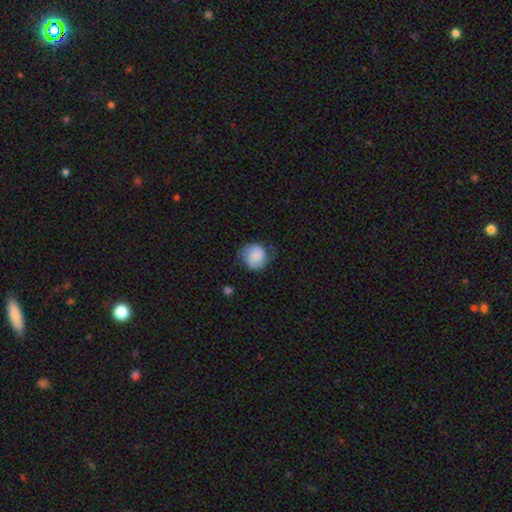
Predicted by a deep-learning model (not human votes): Overall: smooth (73%). How rounded: round (85%). Merging: none (66%).